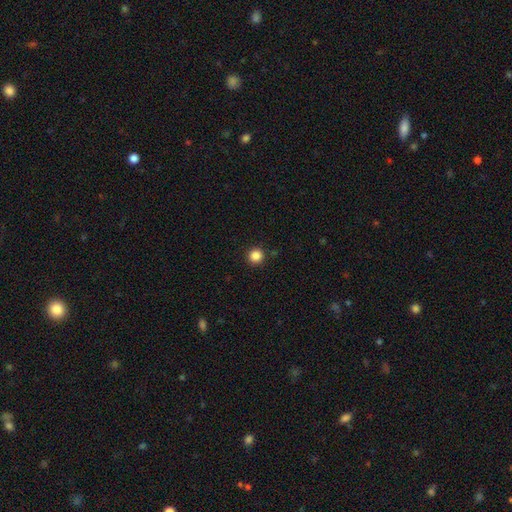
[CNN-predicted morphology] A smooth galaxy with no disk features (85%) that is round (95%).

Vote fractions:
- Smooth or featured? smooth: 85% / star or artifact: 11% / featured or disk: 3%
- How rounded? round: 95% / in between: 4% / cigar-shaped: 1%
- Merging? none: 92% / minor disturbance: 5% / major disturbance: 2% / merger: 1%